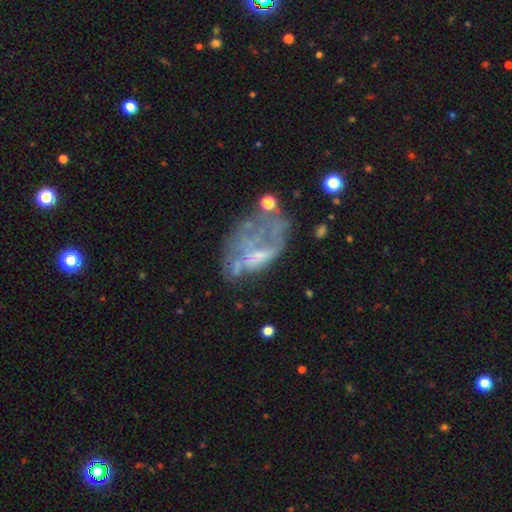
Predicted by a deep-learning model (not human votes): Smooth or featured?
  - featured or disk: 62% *
  - smooth: 24%
  - star or artifact: 13%
Edge-on disk?
  - no: 96% *
  - yes: 4%
Bar?
  - no: 76% *
  - weak: 19%
  - strong: 5%
Spiral arms?
  - no: 74% *
  - yes: 26%
Bulge size?
  - none: 46% *
  - small: 33%
  - moderate: 18%
  - large: 2%
  - dominant: 1%
Merging?
  - major disturbance: 40% *
  - none: 29%
  - minor disturbance: 19%
  - merger: 12%